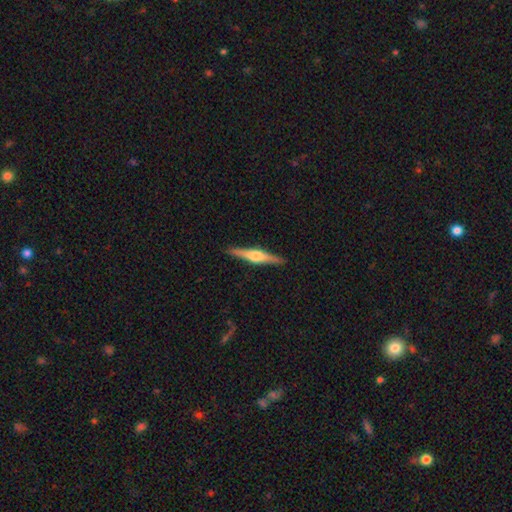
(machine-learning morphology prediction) Smooth or featured? Predicted: featured or disk (p=0.73). Edge-on disk? Predicted: yes (p=0.98). Edge-on bulge? Predicted: rounded (p=0.89). Merging? Predicted: none (p=0.91).